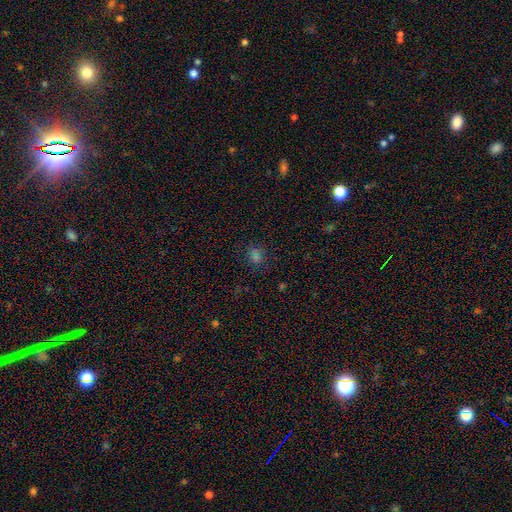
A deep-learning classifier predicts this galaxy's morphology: A smooth galaxy with no disk features (61%) that is round (75%). Merging: none (76%).